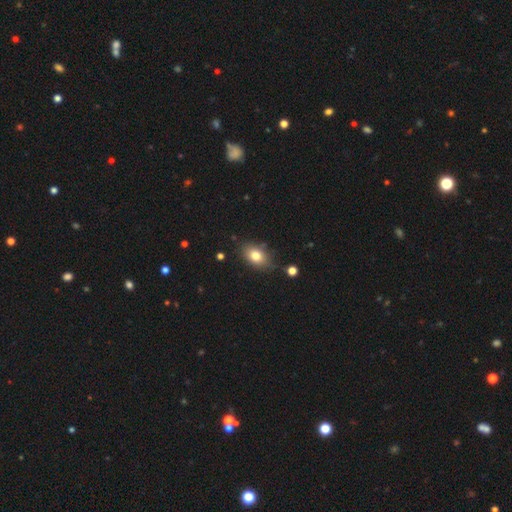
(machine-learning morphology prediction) A smooth galaxy with no disk features (80%) that is in between round and cigar-shaped (81%).

Vote fractions:
- Smooth or featured? smooth: 80% / featured or disk: 11% / star or artifact: 9%
- How rounded? in between: 81% / round: 17% / cigar-shaped: 2%
- Merging? none: 77% / minor disturbance: 16% / major disturbance: 4% / merger: 3%